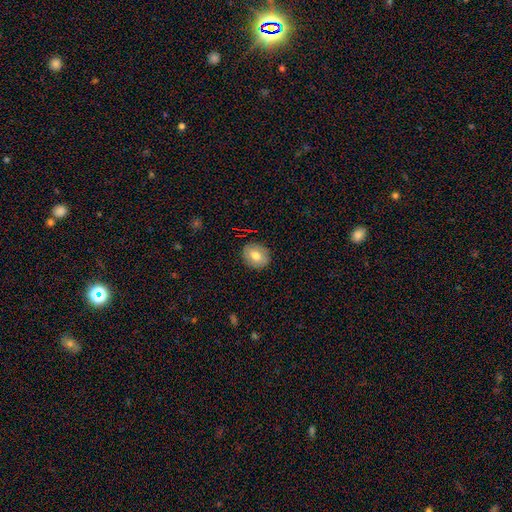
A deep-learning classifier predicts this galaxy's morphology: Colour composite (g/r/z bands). It shows a smooth galaxy with no disk features (73%) that is round (61%). Merging: none (87%).